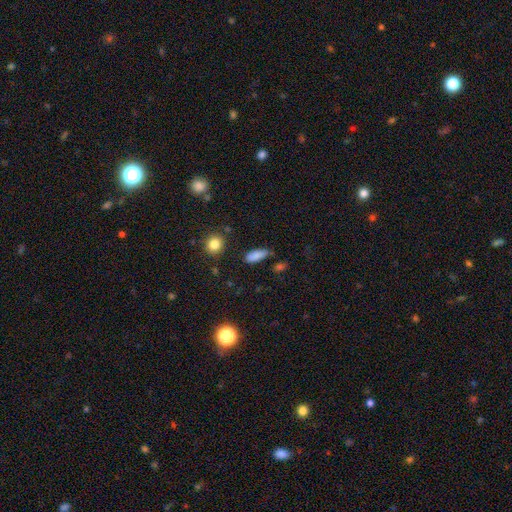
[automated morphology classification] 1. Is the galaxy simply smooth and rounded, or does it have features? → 82% smooth, 10% star or artifact, 7% featured or disk.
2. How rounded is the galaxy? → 71% in between, 25% cigar-shaped, 4% round.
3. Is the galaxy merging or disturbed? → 66% none, 23% minor disturbance, 6% major disturbance, 5% merger.